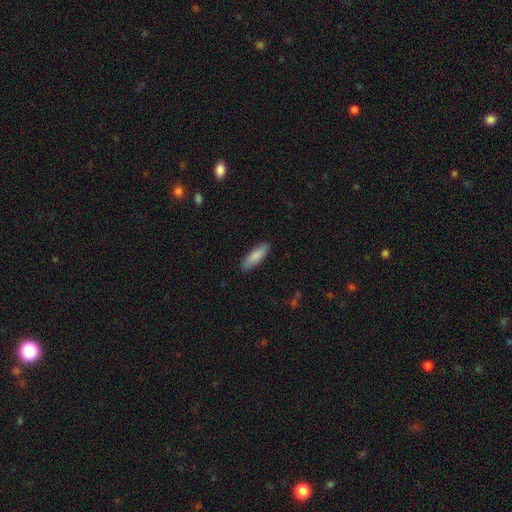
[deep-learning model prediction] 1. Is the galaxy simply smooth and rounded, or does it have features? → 85% smooth, 10% featured or disk, 5% star or artifact.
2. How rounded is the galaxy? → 54% in between, 44% cigar-shaped, 2% round.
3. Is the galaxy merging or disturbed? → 89% none, 9% minor disturbance, 2% major disturbance, 1% merger.